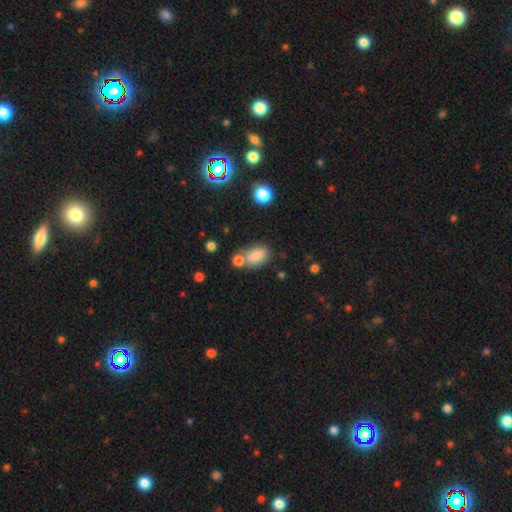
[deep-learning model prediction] Smooth or featured? Predicted: smooth (p=0.81). How rounded? Predicted: in between (p=0.85). Merging? Predicted: none (p=0.53).